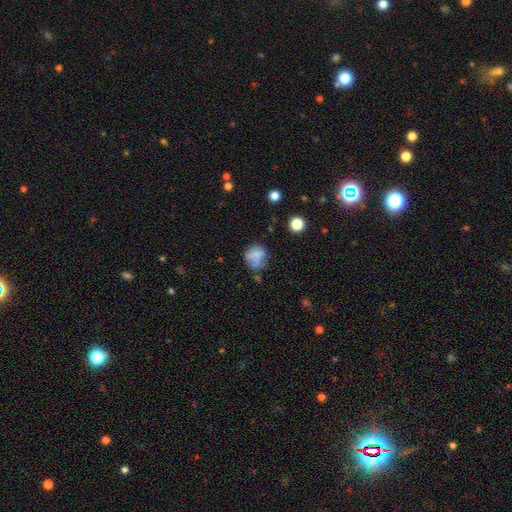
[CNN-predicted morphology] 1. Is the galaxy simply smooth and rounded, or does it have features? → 69% smooth, 19% featured or disk, 12% star or artifact.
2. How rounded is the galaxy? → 69% round, 30% in between, 1% cigar-shaped.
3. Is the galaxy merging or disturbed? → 49% none, 27% minor disturbance, 15% major disturbance, 9% merger.